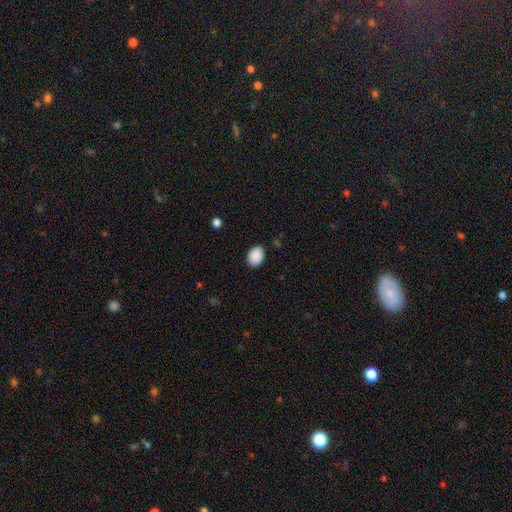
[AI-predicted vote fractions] A smooth galaxy with no disk features (90%) that is in between round and cigar-shaped (70%).

Vote fractions:
- Smooth or featured? smooth: 90% / star or artifact: 7% / featured or disk: 2%
- How rounded? in between: 70% / round: 29% / cigar-shaped: 1%
- Merging? none: 86% / minor disturbance: 10% / major disturbance: 2% / merger: 1%